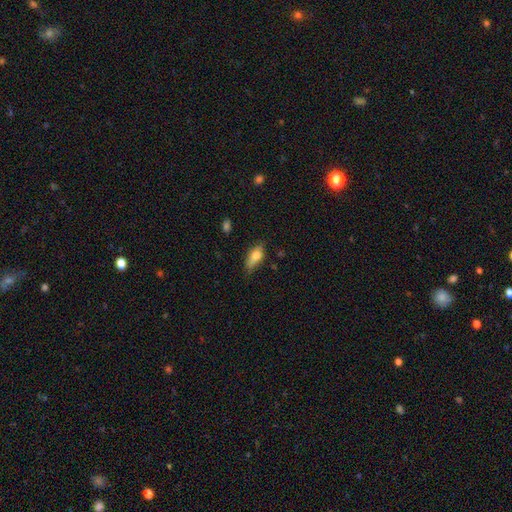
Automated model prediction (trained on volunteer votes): Smooth or featured? smooth (74%)
How rounded? in between (74%)
Merging? none (62%)